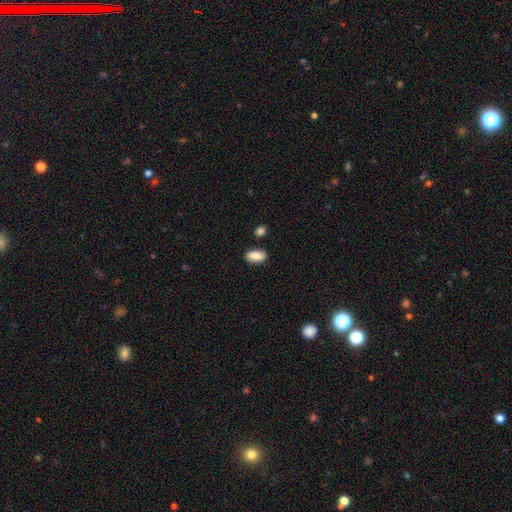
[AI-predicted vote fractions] Smooth or featured? smooth (83%)
How rounded? in between (92%)
Merging? none (83%)